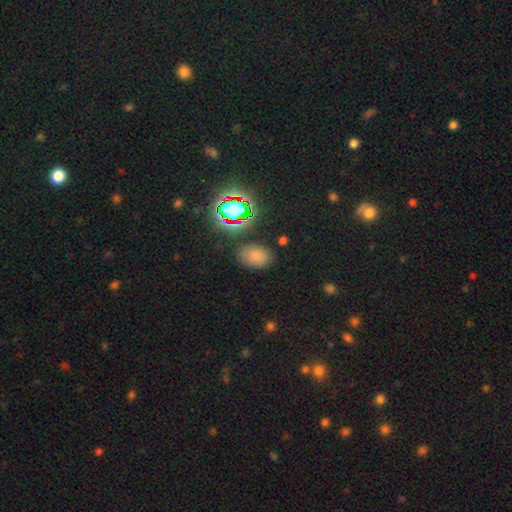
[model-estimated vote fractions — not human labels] A smooth galaxy with no disk features (68%) that is in between round and cigar-shaped (83%).

Vote fractions:
- Smooth or featured? smooth: 68% / star or artifact: 23% / featured or disk: 9%
- How rounded? in between: 83% / round: 15% / cigar-shaped: 1%
- Merging? none: 80% / minor disturbance: 13% / major disturbance: 4% / merger: 3%